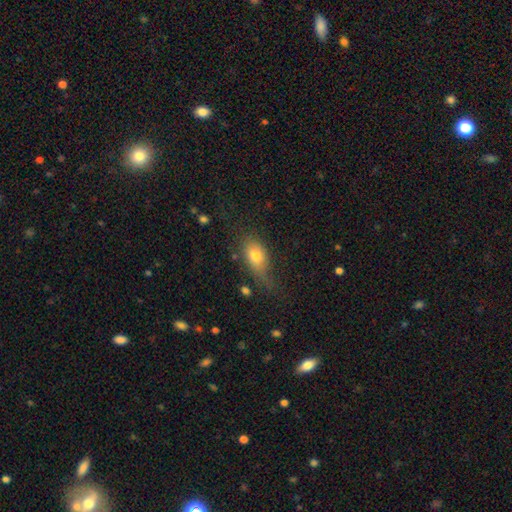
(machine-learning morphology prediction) Smooth or featured?
  - smooth: 75% *
  - featured or disk: 16%
  - star or artifact: 9%
How rounded?
  - in between: 82% *
  - round: 13%
  - cigar-shaped: 5%
Merging?
  - none: 49% *
  - minor disturbance: 31%
  - major disturbance: 17%
  - merger: 3%